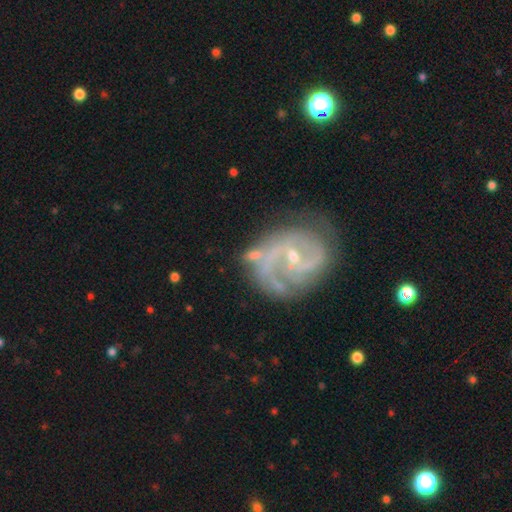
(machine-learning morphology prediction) Q: Smooth or featured?
A: featured or disk (83%); runner-up: smooth (10%)
Q: Edge-on disk?
A: no (98%); runner-up: yes (2%)
Q: Bar?
A: weak (46%); runner-up: no (40%)
Q: Spiral arms?
A: yes (92%); runner-up: no (8%)
Q: Spiral winding?
A: medium (46%); runner-up: tight (36%)
Q: Spiral arm count?
A: 2 (54%); runner-up: can't tell (16%)
Q: Bulge size?
A: small (62%); runner-up: moderate (32%)
Q: Merging?
A: none (55%); runner-up: minor disturbance (22%)